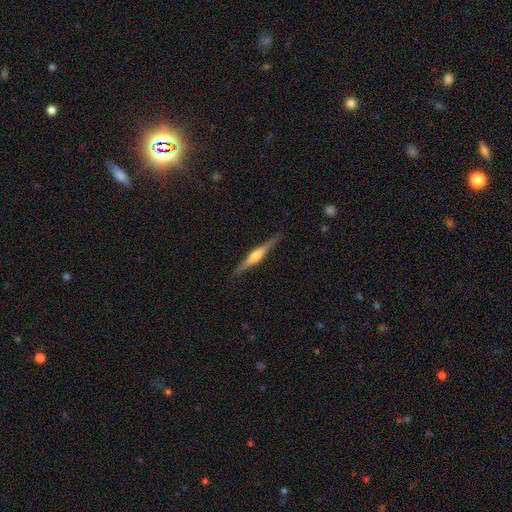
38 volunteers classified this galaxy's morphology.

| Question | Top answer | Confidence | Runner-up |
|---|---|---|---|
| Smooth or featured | featured or disk | 74% | smooth (21%) |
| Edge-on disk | yes | 100% | — |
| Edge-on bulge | rounded | 86% | boxy (7%) |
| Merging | none | 92% | minor disturbance (6%) |